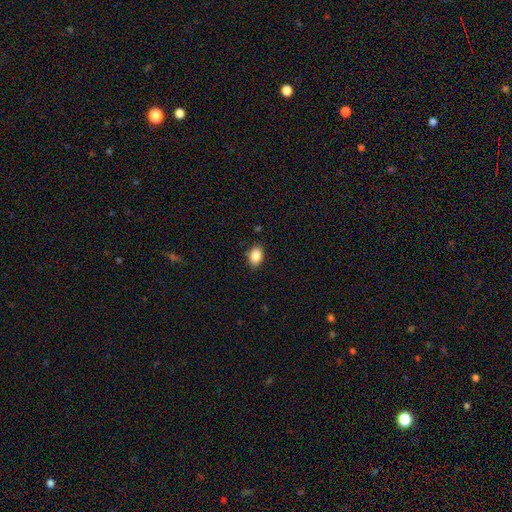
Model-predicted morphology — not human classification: A smooth galaxy with no disk features (86%) that is in between round and cigar-shaped (81%). Merging: none (85%).